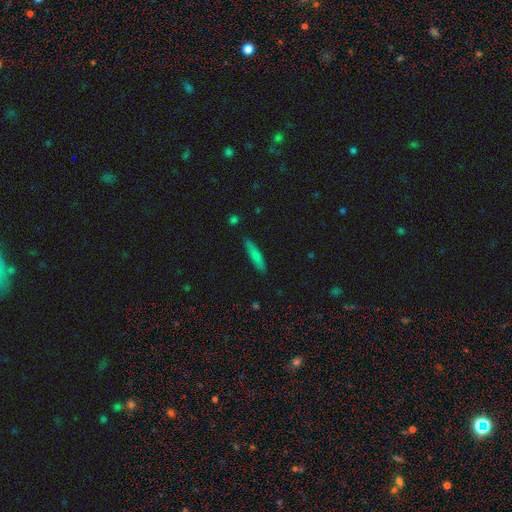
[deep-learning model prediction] smooth_or_featured: smooth (p=0.70) [alt: featured or disk p=0.23]
how_rounded: cigar-shaped (p=0.85) [alt: in between p=0.13]
merging: none (p=0.87) [alt: minor disturbance p=0.10]